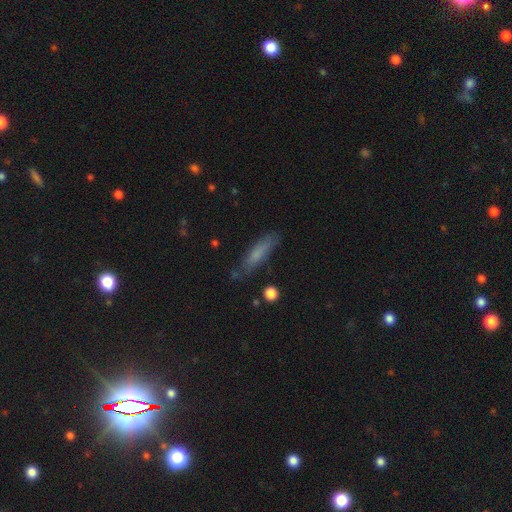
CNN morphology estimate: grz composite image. It shows a smooth galaxy with no disk features (66%) that is cigar-shaped (77%). Merging: none (75%).